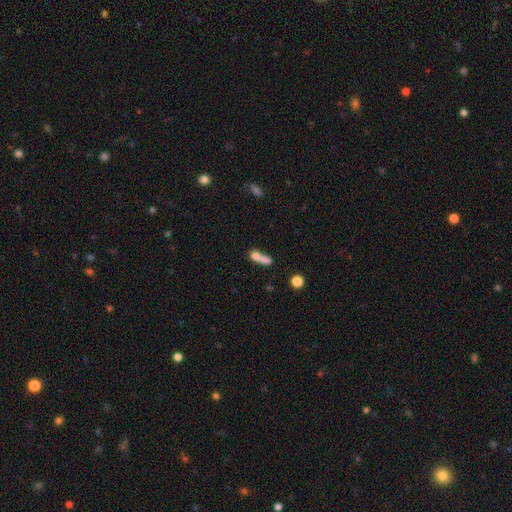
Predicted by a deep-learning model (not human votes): The model was most divided on "how rounded": in between: 44%, round: 33%, cigar-shaped: 23%. More confident: smooth or featured — smooth (67%); merging — merger (58%).